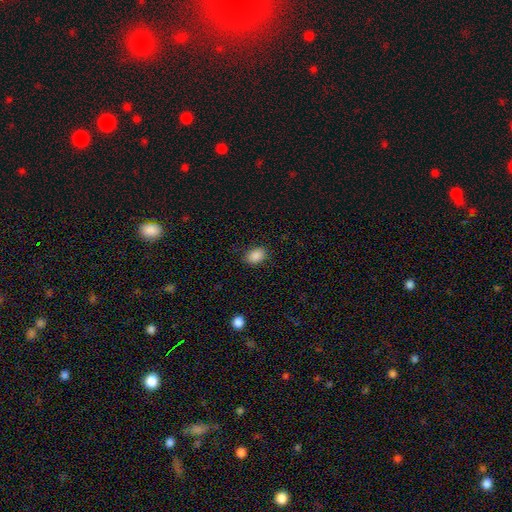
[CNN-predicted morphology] Smooth or featured? Predicted: smooth (p=0.88). How rounded? Predicted: in between (p=0.74). Merging? Predicted: none (p=0.86).